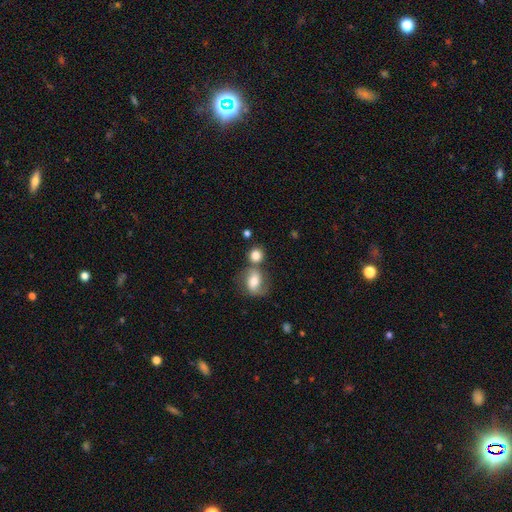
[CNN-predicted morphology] Smooth or featured? smooth (79%)
How rounded? round (79%)
Merging? none (54%)